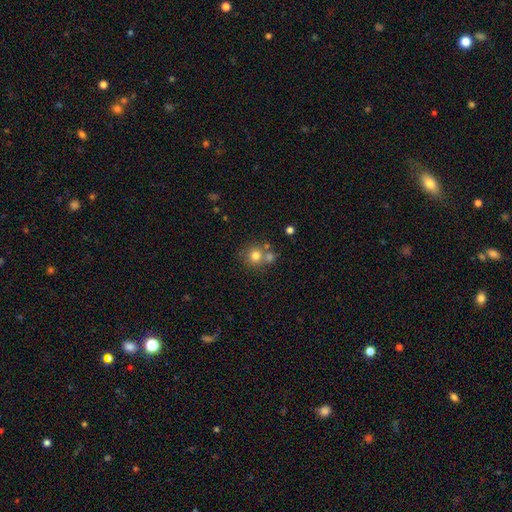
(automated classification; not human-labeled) Smooth or featured: smooth — 75% (star or artifact — 13%)
How rounded: round — 89% (in between — 11%)
Merging: none — 57% (merger — 31%)